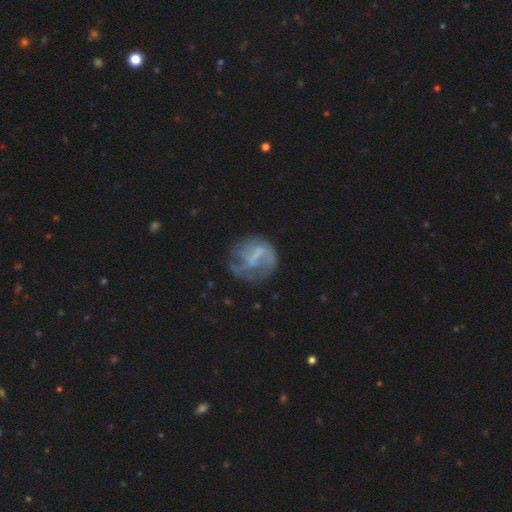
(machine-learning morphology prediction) Smooth or featured? Predicted: featured or disk (p=0.51). Edge-on disk? Predicted: no (p=0.97). Bar? Predicted: no (p=0.45). Spiral arms? Predicted: no (p=0.58). Bulge size? Predicted: none (p=0.58). Merging? Predicted: none (p=0.44).